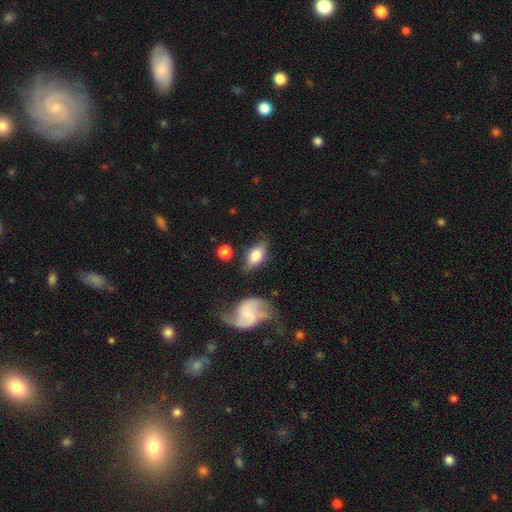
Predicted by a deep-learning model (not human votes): smooth_or_featured: smooth (p=0.66) [alt: featured or disk p=0.27]
how_rounded: in between (p=0.87) [alt: cigar-shaped p=0.07]
merging: none (p=0.68) [alt: minor disturbance p=0.20]